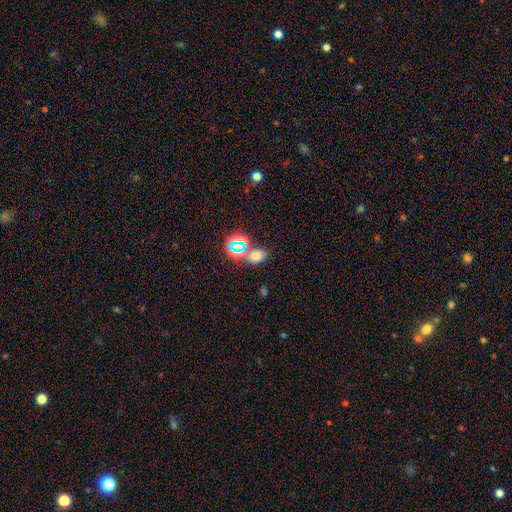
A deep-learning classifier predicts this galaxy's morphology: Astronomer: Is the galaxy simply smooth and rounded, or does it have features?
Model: smooth — 62%.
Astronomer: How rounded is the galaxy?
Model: in between — 65%.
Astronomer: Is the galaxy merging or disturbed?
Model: none — 66%.